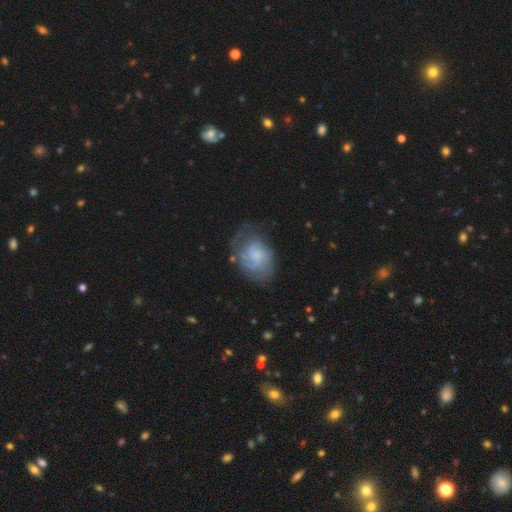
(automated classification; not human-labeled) smooth-or-featured: featured or disk: 63% | smooth: 30% | star or artifact: 8%
  disk-edge-on: no: 97% | yes: 3%
    bar: no: 64% | weak: 32% | strong: 4%
    has-spiral-arms: yes: 85% | no: 15%
      spiral-winding: tight: 47% | medium: 38% | loose: 15%
      spiral-arm-count: can't tell: 38% | 2: 34% | 3: 13% | 1: 8% | 4: 4% | more than 4: 3%
    bulge-size: small: 34% | none: 32% | moderate: 26% | large: 6% | dominant: 1%
  merging: none: 59% | minor disturbance: 24% | major disturbance: 15% | merger: 2%